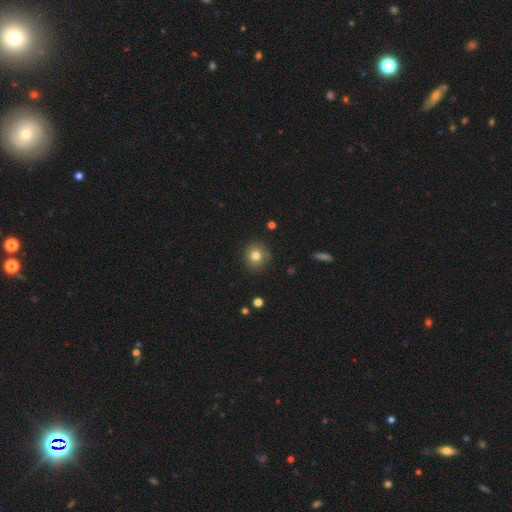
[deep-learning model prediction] The model was most divided on "smooth or featured": smooth: 78%, star or artifact: 12%, featured or disk: 9%. More confident: how rounded — round (91%); merging — none (89%).